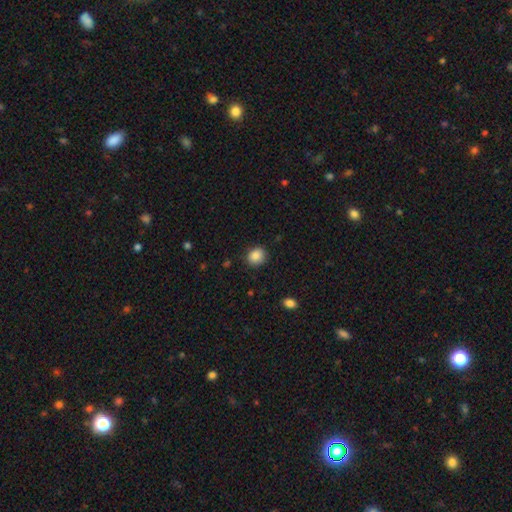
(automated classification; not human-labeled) Smooth or featured: smooth — 88% (star or artifact — 9%)
How rounded: round — 74% (in between — 25%)
Merging: none — 87% (minor disturbance — 10%)